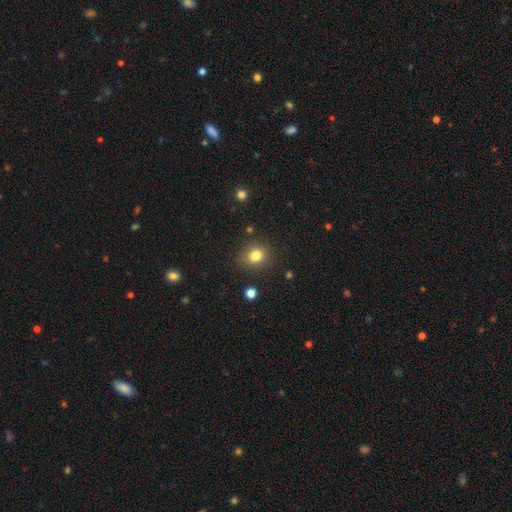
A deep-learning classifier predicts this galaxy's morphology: smooth_or_featured: smooth (p=0.81) [alt: star or artifact p=0.12]
how_rounded: round (p=0.67) [alt: in between p=0.32]
merging: none (p=0.86) [alt: minor disturbance p=0.09]